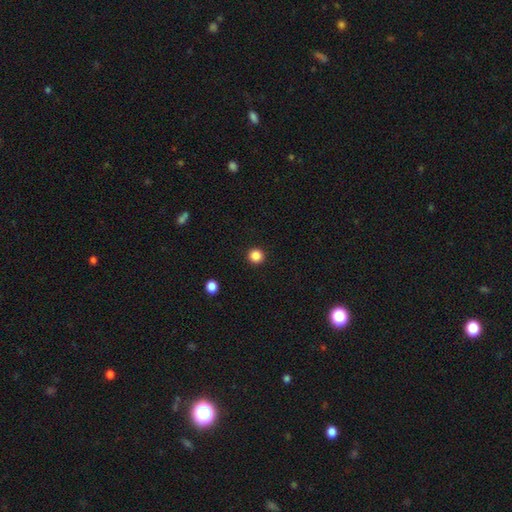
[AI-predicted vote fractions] smooth 86%, star or artifact 11%, featured or disk 3%. Down the decision tree: how rounded — round (95%); merging — none (93%).